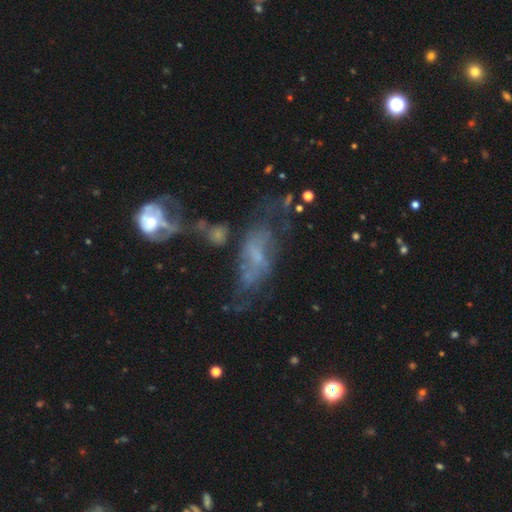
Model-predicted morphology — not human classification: A featured or disk galaxy (58%) with no bar (61%), no spiral arms (54%) and a small central bulge (42%). Merging: none (35%).